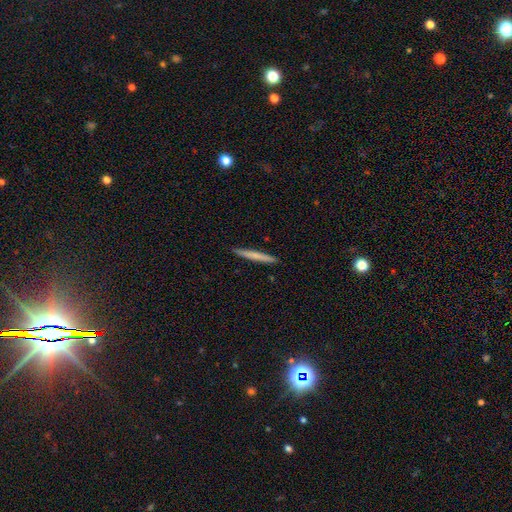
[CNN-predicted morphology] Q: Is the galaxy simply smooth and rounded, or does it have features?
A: smooth — 66%.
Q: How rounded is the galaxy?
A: cigar-shaped — 97%.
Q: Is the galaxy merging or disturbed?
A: none — 92%.